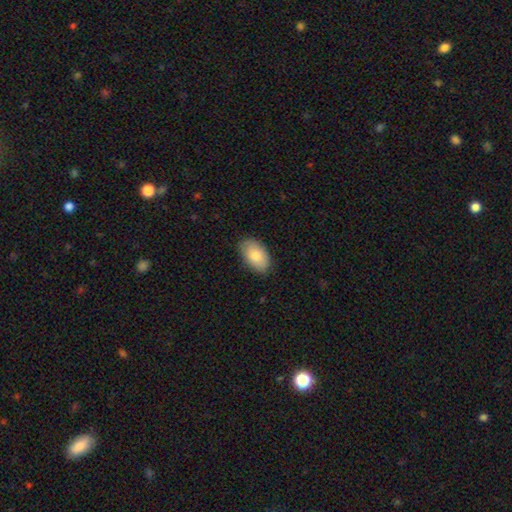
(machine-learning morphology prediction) Smooth or featured? smooth (80%)
How rounded? in between (93%)
Merging? none (84%)